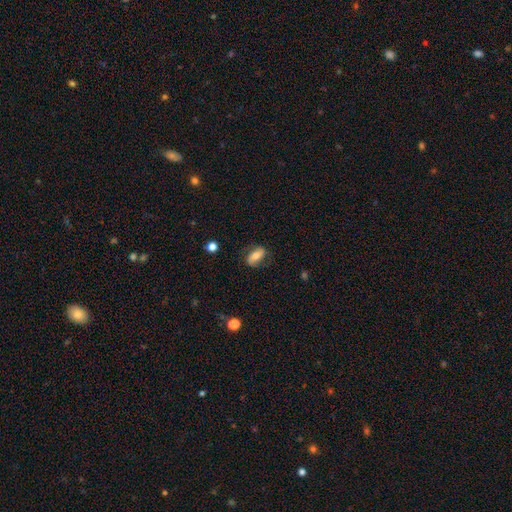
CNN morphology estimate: Smooth or featured?
  - smooth: 51% *
  - featured or disk: 42%
  - star or artifact: 8%
How rounded?
  - in between: 83% *
  - cigar-shaped: 9%
  - round: 8%
Merging?
  - none: 74% *
  - minor disturbance: 18%
  - major disturbance: 7%
  - merger: 1%